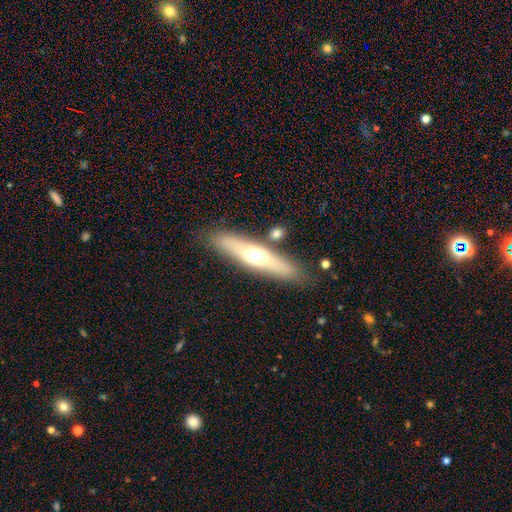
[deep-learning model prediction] smooth_or_featured: featured or disk (p=0.48) [alt: smooth p=0.46]
merging: none (p=0.82) [alt: minor disturbance p=0.10]